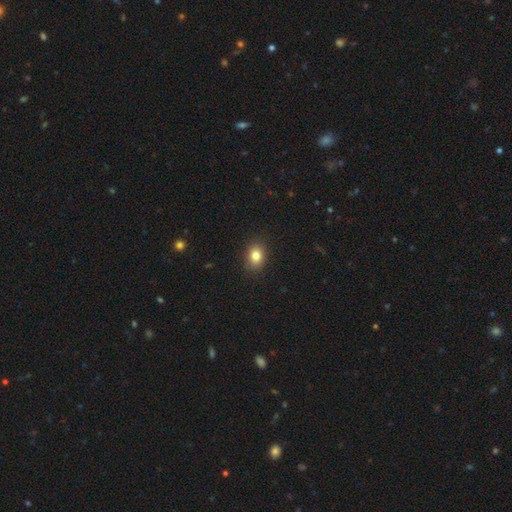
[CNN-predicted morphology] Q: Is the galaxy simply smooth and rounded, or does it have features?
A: smooth — 82%.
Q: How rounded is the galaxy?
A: in between — 65%.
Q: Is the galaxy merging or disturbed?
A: none — 88%.